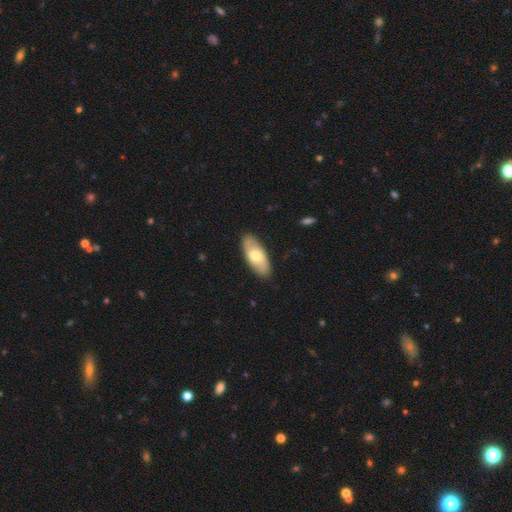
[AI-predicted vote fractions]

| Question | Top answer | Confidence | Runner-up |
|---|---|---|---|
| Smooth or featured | smooth | 61% | featured or disk (34%) |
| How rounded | in between | 84% | cigar-shaped (13%) |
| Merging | none | 87% | minor disturbance (10%) |